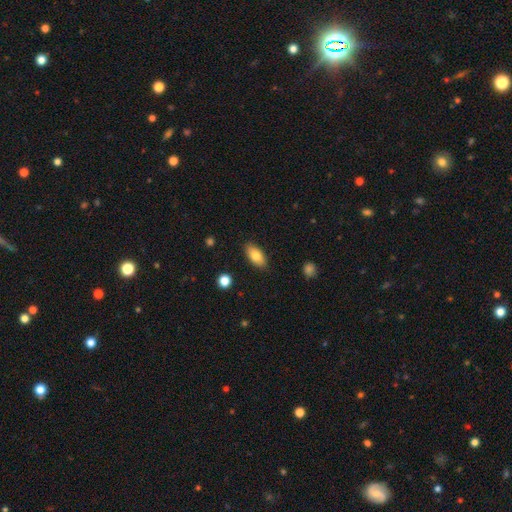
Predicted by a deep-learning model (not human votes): Overall: smooth (79%). How rounded: in between (89%). Merging: none (87%).